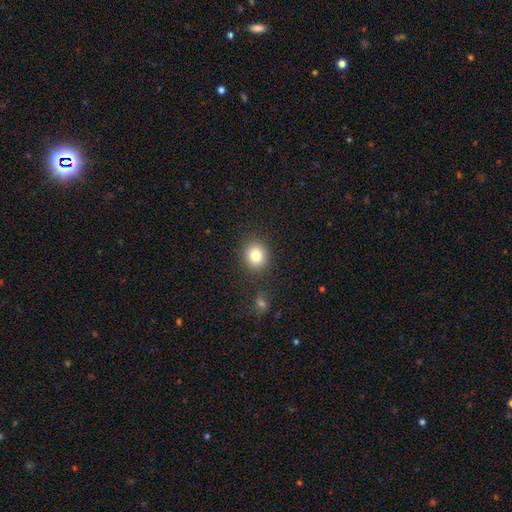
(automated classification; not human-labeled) smooth-or-featured: smooth: 81% | star or artifact: 11% | featured or disk: 8%
  how-rounded: round: 73% | in between: 26% | cigar-shaped: 1%
  merging: none: 85% | minor disturbance: 8% | merger: 4% | major disturbance: 3%